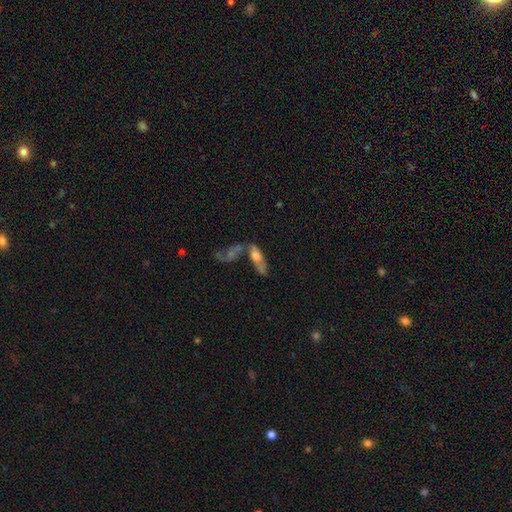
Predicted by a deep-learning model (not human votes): Overall: featured or disk (45%; smooth 43%). Merging: merger (47%; none 26%).